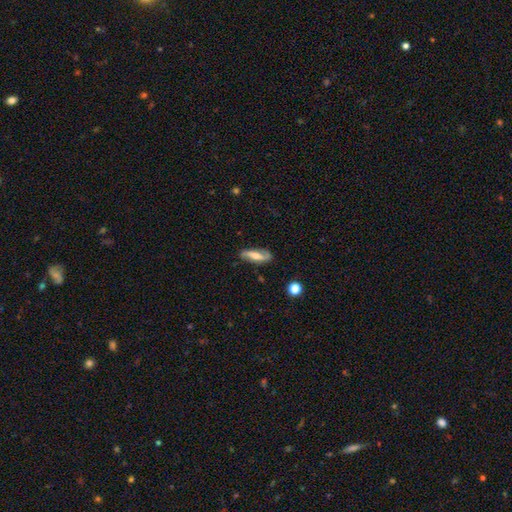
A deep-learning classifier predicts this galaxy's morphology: Smooth or featured?
  - featured or disk: 60% *
  - smooth: 33%
  - star or artifact: 7%
Edge-on disk?
  - no: 77% *
  - yes: 23%
Merging?
  - none: 77% *
  - minor disturbance: 17%
  - major disturbance: 4%
  - merger: 2%